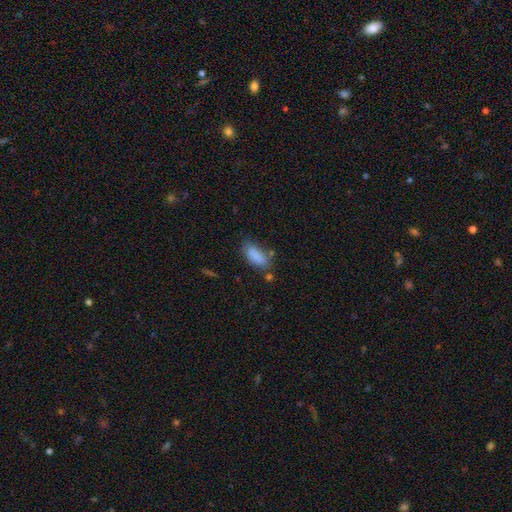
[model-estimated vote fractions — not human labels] smooth 86%, star or artifact 8%, featured or disk 6%. Down the decision tree: how rounded — in between (83%); merging — none (63%).